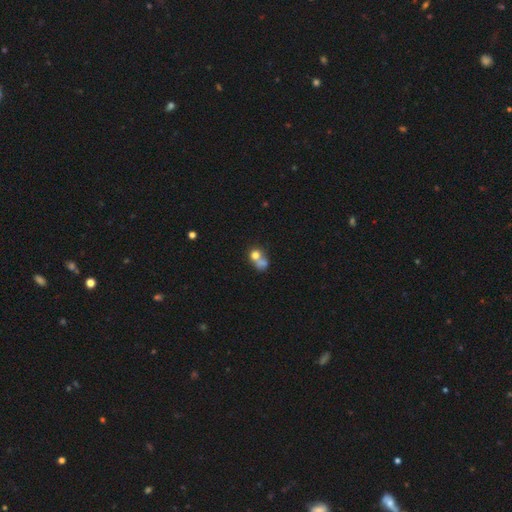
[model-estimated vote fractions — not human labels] This appears to be a smooth galaxy with no disk features (69%) that is round (67%). Merging: merger (56%).